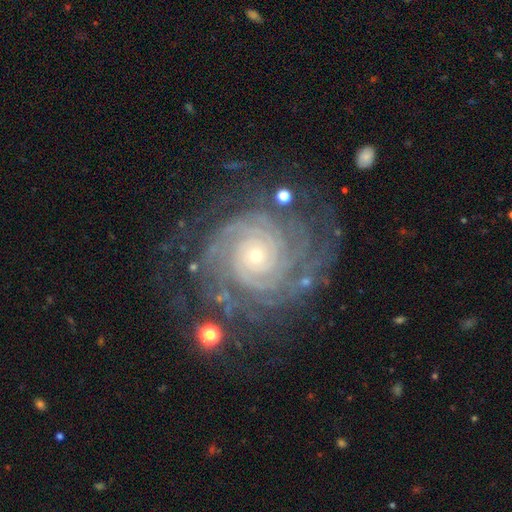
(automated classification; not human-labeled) A featured or disk galaxy (91%) with no bar (80%), 2 (22%) tight (83%) spiral arms (98%) and a small central bulge (79%).

Vote fractions:
- Smooth or featured? featured or disk: 91% / star or artifact: 6% / smooth: 3%
- Edge-on disk? no: 98% / yes: 2%
- Bar? no: 80% / weak: 14% / strong: 6%
- Spiral arms? yes: 98% / no: 2%
- Spiral winding? tight: 83% / medium: 15% / loose: 2%
- Spiral arm count? 2: 22% / 4: 20% / can't tell: 19% / 3: 18% / more than 4: 14% / 1: 8%
- Bulge size? small: 79% / moderate: 17% / large: 1% / none: 1% / dominant: 1%
- Merging? none: 74% / minor disturbance: 16% / major disturbance: 9% / merger: 2%